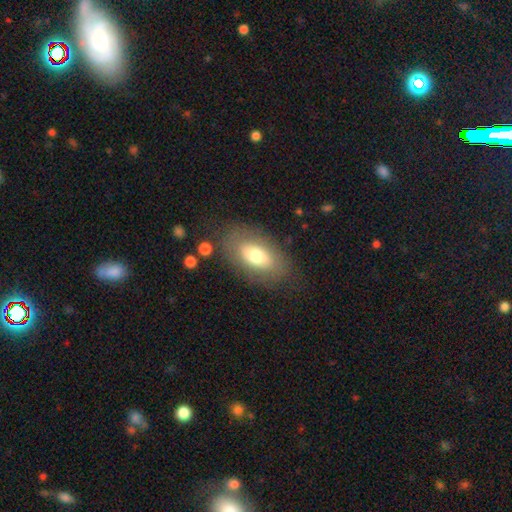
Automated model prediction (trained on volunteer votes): smooth-or-featured: smooth: 68% | featured or disk: 24% | star or artifact: 8%
  how-rounded: in between: 90% | round: 7% | cigar-shaped: 3%
  merging: none: 79% | minor disturbance: 13% | major disturbance: 6% | merger: 2%